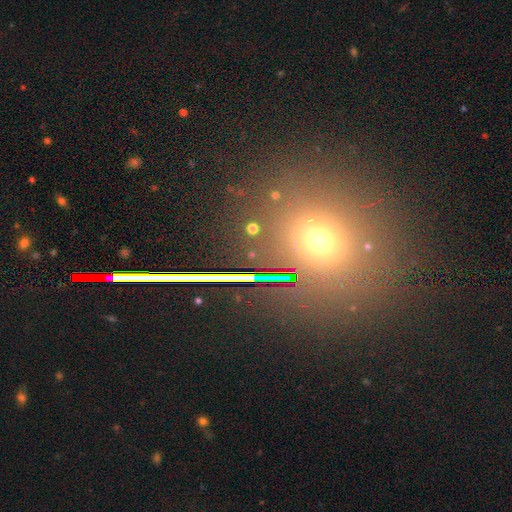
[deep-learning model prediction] A smooth galaxy with no disk features (50%) that is round (75%). Merging: none (84%).